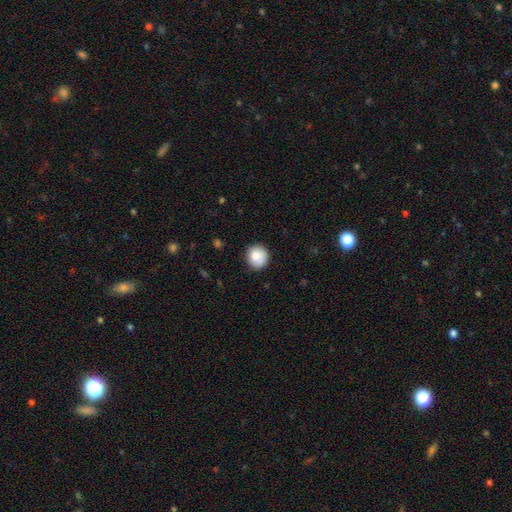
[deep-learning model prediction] Overall: smooth (85%). How rounded: round (91%). Merging: none (86%).